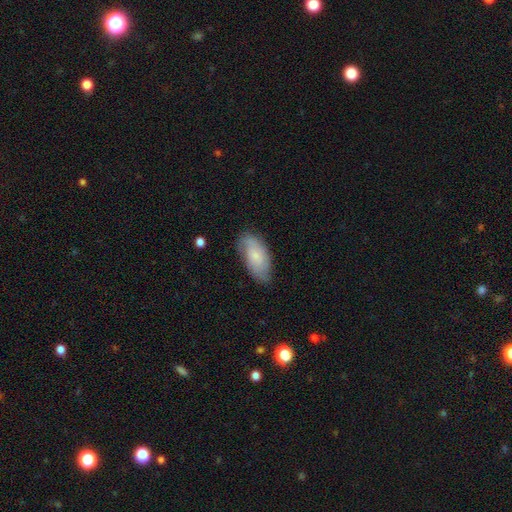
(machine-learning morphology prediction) A smooth galaxy with no disk features (55%) that is in between round and cigar-shaped (91%). Merging: none (72%).